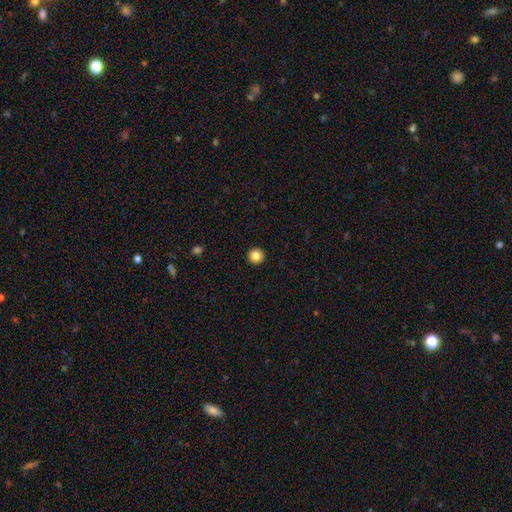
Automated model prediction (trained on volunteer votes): Smooth or featured? smooth (85%)
How rounded? round (95%)
Merging? none (94%)